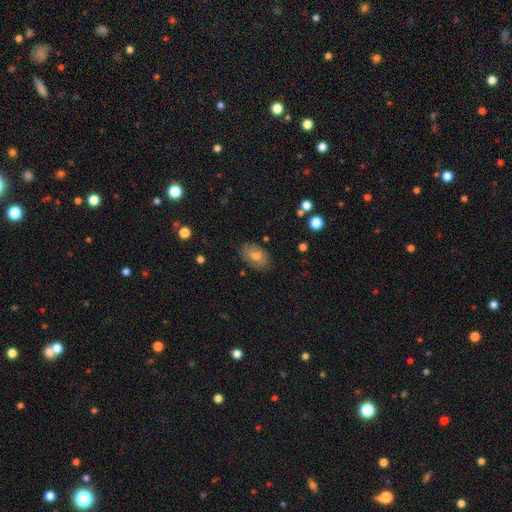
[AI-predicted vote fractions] smooth 64%, featured or disk 26%, star or artifact 10%. Down the decision tree: how rounded — in between (88%); merging — none (77%).